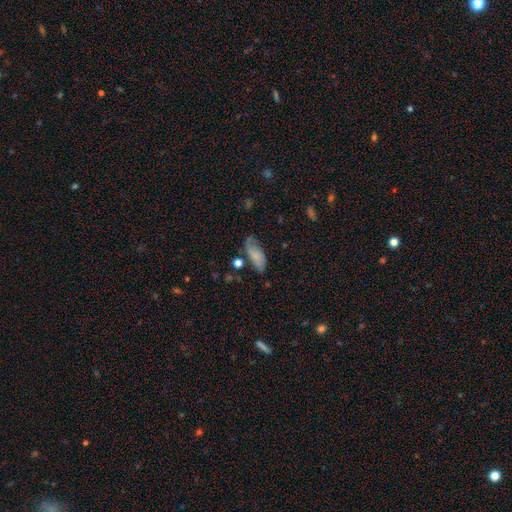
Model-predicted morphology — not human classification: Smooth or featured? Predicted: smooth (p=0.57). How rounded? Predicted: in between (p=0.84). Merging? Predicted: none (p=0.55).